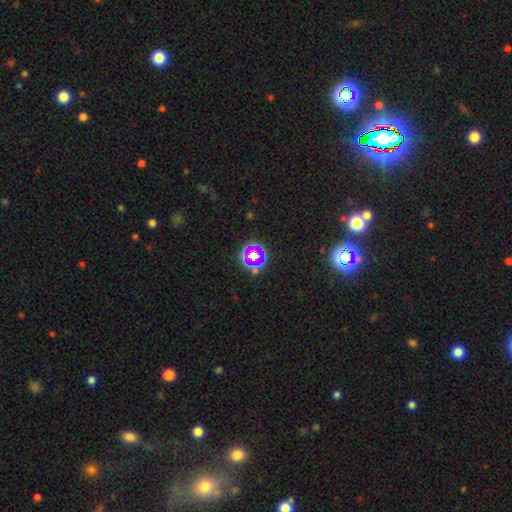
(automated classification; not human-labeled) star or artifact 53%, smooth 31%, featured or disk 16%.